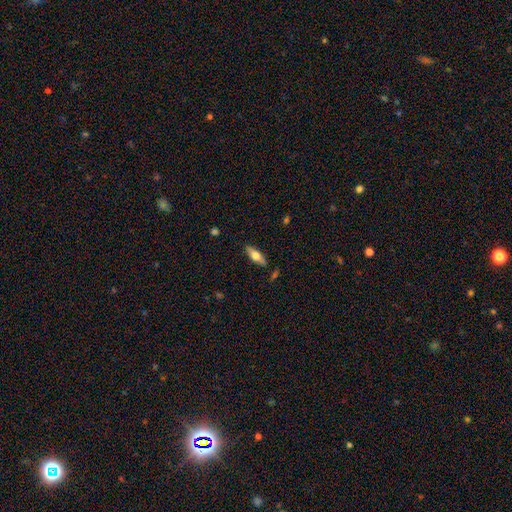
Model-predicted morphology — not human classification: Overall: smooth (60%; featured or disk 34%). How rounded: in between (65%; cigar-shaped 33%). Merging: none (84%).